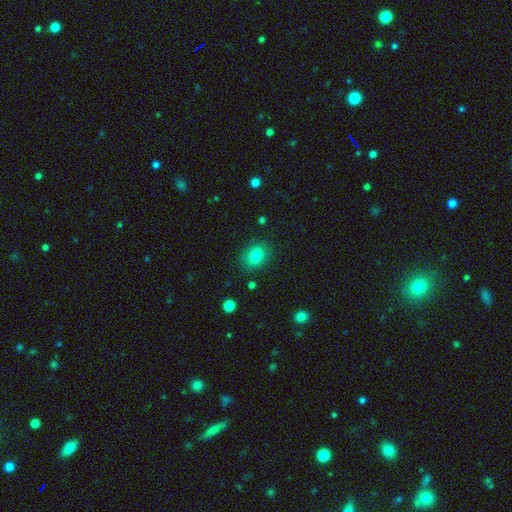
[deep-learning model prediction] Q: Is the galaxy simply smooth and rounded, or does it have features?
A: smooth — 83%.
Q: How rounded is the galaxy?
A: in between — 67%.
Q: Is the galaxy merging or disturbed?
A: none — 83%.